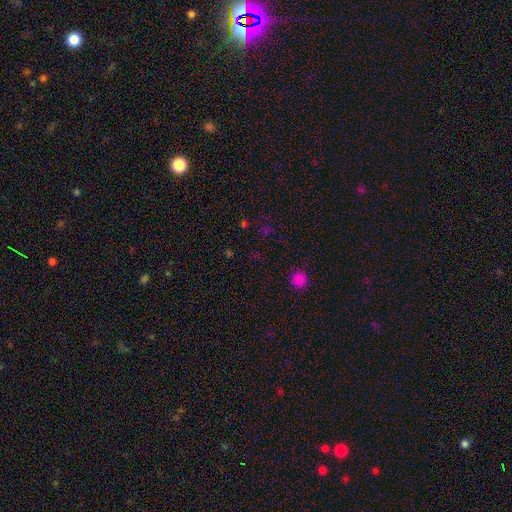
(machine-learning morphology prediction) Smooth or featured? star or artifact (54%)